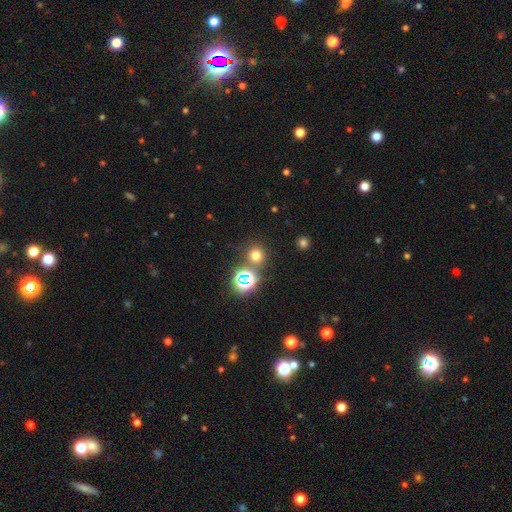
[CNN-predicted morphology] Smooth or featured? smooth (65%)
How rounded? round (91%)
Merging? none (79%)